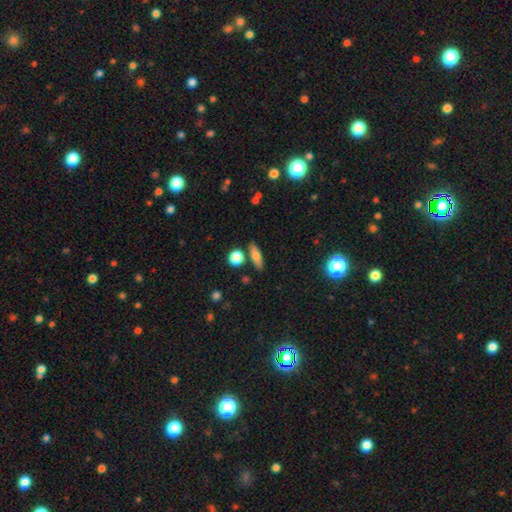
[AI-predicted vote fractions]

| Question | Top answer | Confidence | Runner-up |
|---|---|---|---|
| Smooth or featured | smooth | 71% | featured or disk (19%) |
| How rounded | cigar-shaped | 49% | in between (43%) |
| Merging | none | 80% | minor disturbance (10%) |